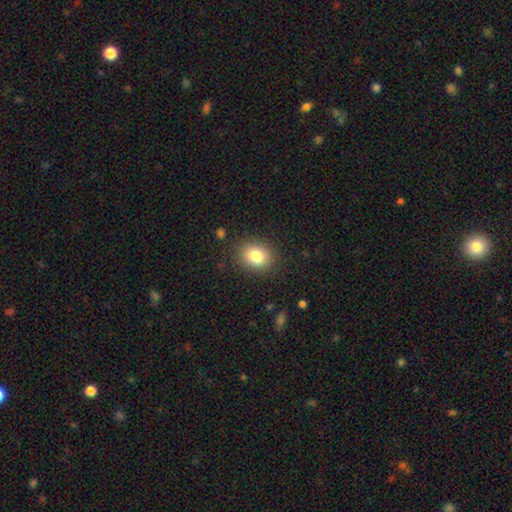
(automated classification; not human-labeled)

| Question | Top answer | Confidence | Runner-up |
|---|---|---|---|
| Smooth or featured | smooth | 83% | star or artifact (10%) |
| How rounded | in between | 50% | round (49%) |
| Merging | none | 86% | minor disturbance (10%) |